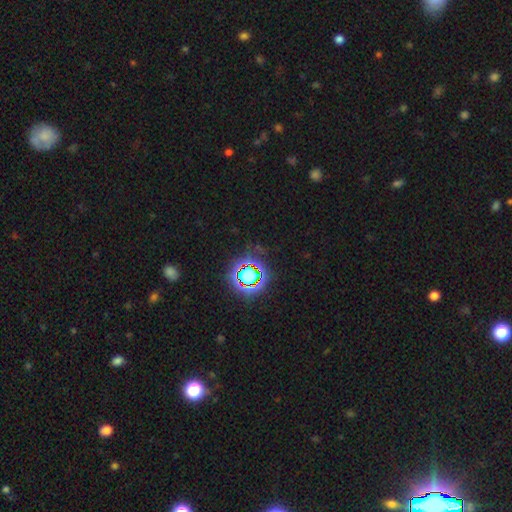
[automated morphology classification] smooth_or_featured: star or artifact (p=0.78) [alt: smooth p=0.13]